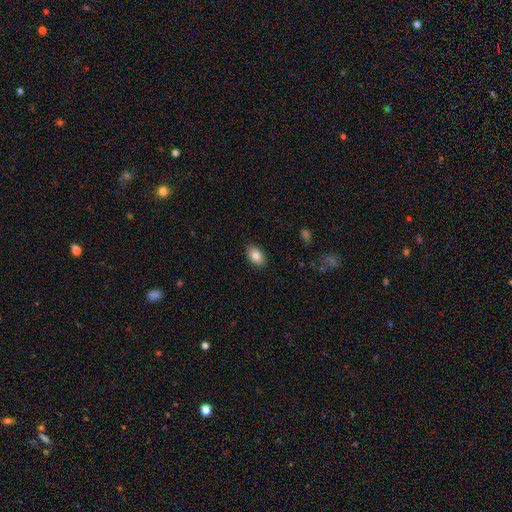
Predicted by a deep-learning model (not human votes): This appears to be a smooth galaxy with no disk features (85%) that is in between round and cigar-shaped (91%). Merging: none (88%).